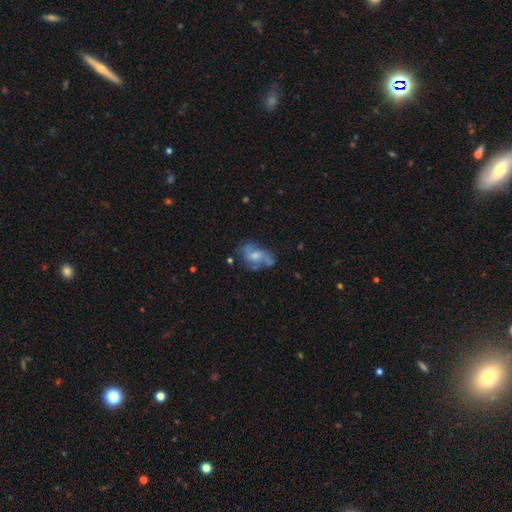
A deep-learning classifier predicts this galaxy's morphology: Smooth or featured? Predicted: featured or disk (p=0.59). Edge-on disk? Predicted: no (p=0.95). Bar? Predicted: no (p=0.63). Spiral arms? Predicted: yes (p=0.73). Bulge size? Predicted: moderate (p=0.45). Merging? Predicted: none (p=0.47).